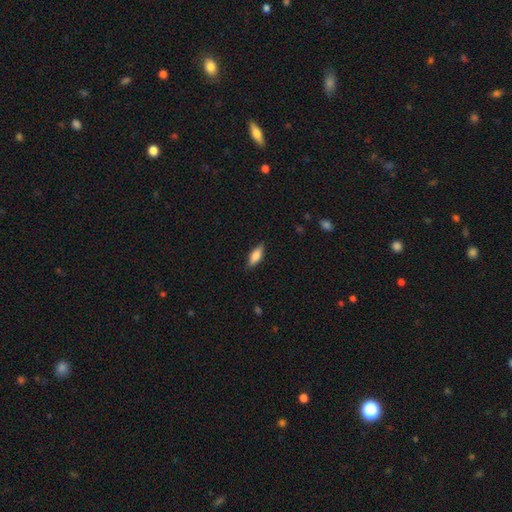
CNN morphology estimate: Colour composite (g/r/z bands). It shows a smooth galaxy with no disk features (72%) that is in between round and cigar-shaped (65%). Merging: none (84%).